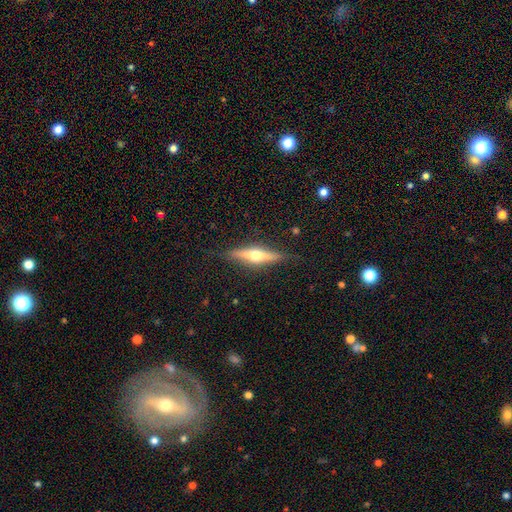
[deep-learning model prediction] This is likely a featured or disk galaxy (65%). It is clearly viewed edge-on (95%). Edge-on bulge: clearly rounded (93%). Merging: clearly none (85%).